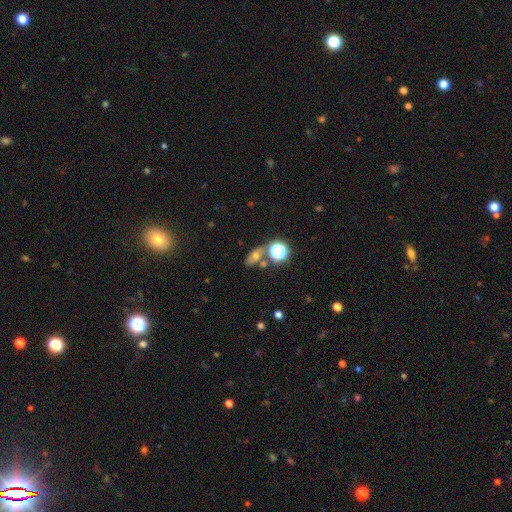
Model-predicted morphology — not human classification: smooth_or_featured: smooth (p=0.44) [alt: star or artifact p=0.34]
merging: none (p=0.64) [alt: merger p=0.18]